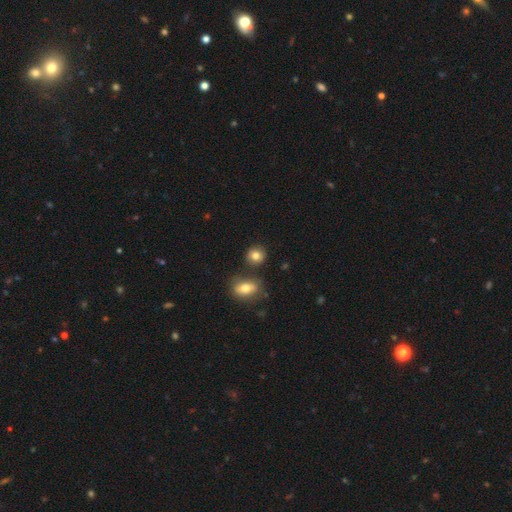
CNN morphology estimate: smooth_or_featured: smooth (p=0.81) [alt: star or artifact p=0.10]
how_rounded: round (p=0.79) [alt: in between p=0.20]
merging: none (p=0.76) [alt: minor disturbance p=0.11]